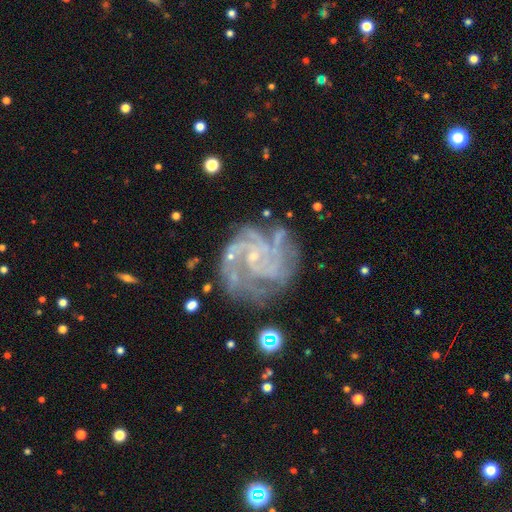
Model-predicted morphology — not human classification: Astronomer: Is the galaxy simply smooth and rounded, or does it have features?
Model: featured or disk — 87%.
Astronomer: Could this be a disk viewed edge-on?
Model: no — 98%.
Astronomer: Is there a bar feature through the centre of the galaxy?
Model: no — 67%.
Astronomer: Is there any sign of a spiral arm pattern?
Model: yes — 97%.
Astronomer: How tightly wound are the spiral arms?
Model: tight — 58% (runner-up: medium, 36%).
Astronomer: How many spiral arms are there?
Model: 3 — 26% (runner-up: 4, 23%).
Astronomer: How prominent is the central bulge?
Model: small — 80%.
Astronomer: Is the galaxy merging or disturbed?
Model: none — 67%.